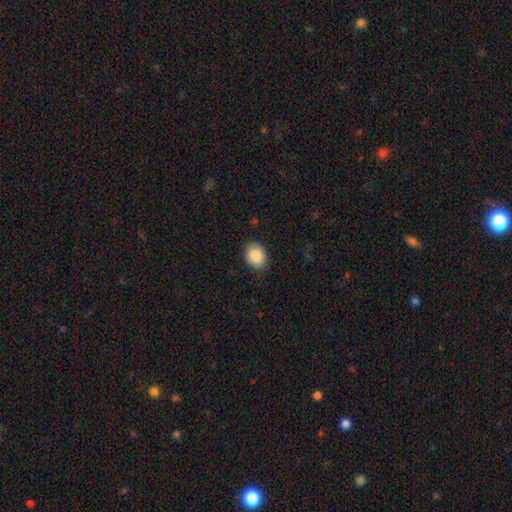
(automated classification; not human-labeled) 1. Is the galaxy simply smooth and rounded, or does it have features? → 90% smooth, 7% star or artifact, 3% featured or disk.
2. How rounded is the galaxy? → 51% round, 49% in between, 1% cigar-shaped.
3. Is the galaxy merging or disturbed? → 84% none, 13% minor disturbance, 3% major disturbance, 1% merger.